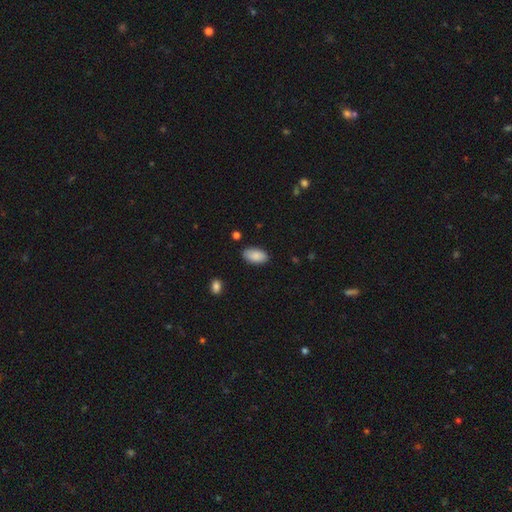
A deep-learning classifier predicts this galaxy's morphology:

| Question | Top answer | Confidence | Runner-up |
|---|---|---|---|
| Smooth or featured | smooth | 88% | star or artifact (6%) |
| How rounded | in between | 95% | round (3%) |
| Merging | none | 86% | minor disturbance (10%) |